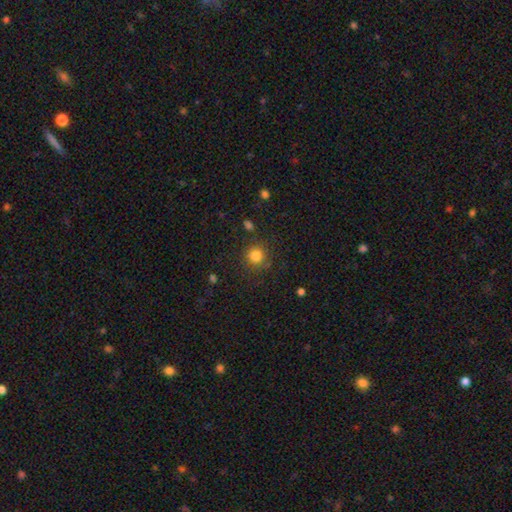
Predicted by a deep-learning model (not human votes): Smooth or featured? smooth (83%)
How rounded? round (92%)
Merging? none (83%)